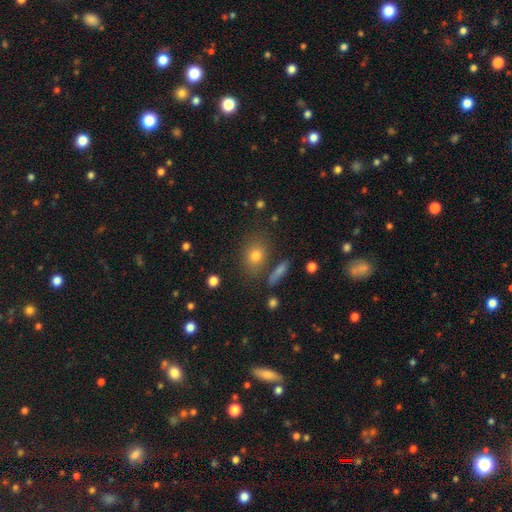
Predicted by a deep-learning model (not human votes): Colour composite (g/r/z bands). It shows a smooth galaxy with no disk features (74%) that is round (53%). Merging: none (75%).